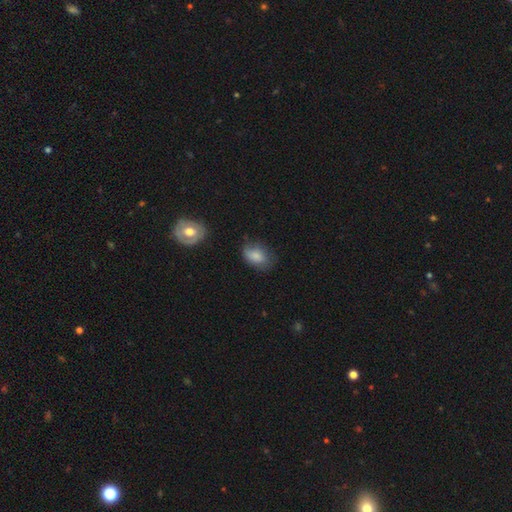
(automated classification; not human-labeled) This appears to be a smooth galaxy with no disk features (78%) that is in between round and cigar-shaped (80%). Merging: none (60%).